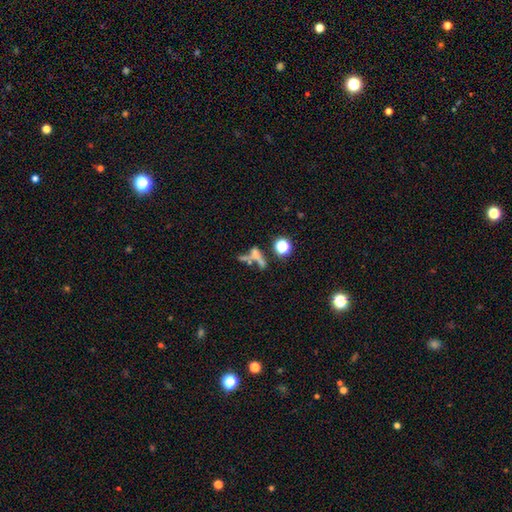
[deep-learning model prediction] The model was most divided on "merging": merger: 37%, none: 36%, major disturbance: 16%, minor disturbance: 11%. Remaining: smooth or featured — smooth (45%).